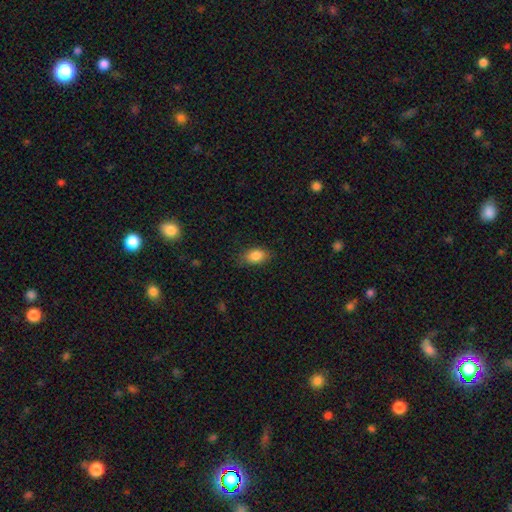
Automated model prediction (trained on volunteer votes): Smooth or featured? Predicted: smooth (p=0.85). How rounded? Predicted: in between (p=0.88). Merging? Predicted: none (p=0.79).